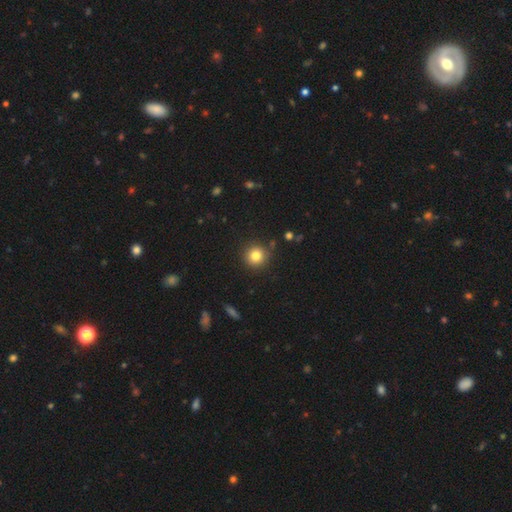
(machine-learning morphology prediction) A smooth galaxy with no disk features (81%) that is round (94%). Merging: none (88%).